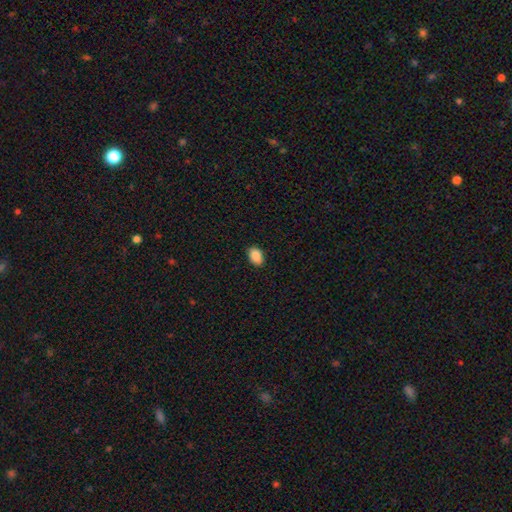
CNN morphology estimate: A smooth galaxy with no disk features (89%) that is in between round and cigar-shaped (85%).

Vote fractions:
- Smooth or featured? smooth: 89% / star or artifact: 7% / featured or disk: 4%
- How rounded? in between: 85% / round: 14% / cigar-shaped: 1%
- Merging? none: 87% / minor disturbance: 10% / major disturbance: 2% / merger: 1%